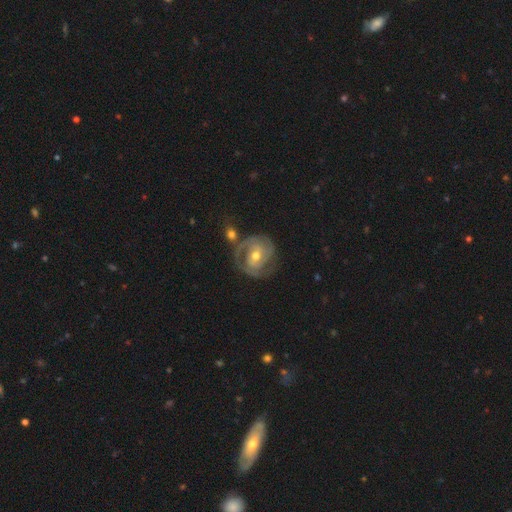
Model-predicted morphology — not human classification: The model was most divided on "bar": no: 48%, weak: 38%, strong: 14%. More confident: edge-on disk — no (97%); spiral arms — yes (95%); smooth or featured — featured or disk (86%); bulge size — moderate (69%); spiral winding — tight (65%); merging — none (61%); spiral arm count — 2 (52%).